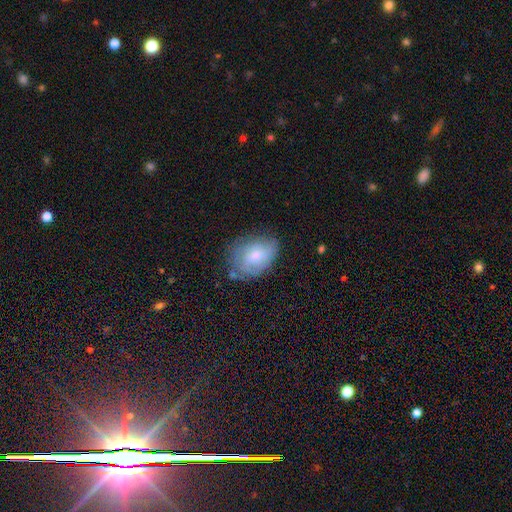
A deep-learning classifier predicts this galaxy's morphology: Smooth or featured: smooth — 53% (featured or disk — 39%)
How rounded: in between — 76% (round — 23%)
Merging: none — 59% (minor disturbance — 28%)